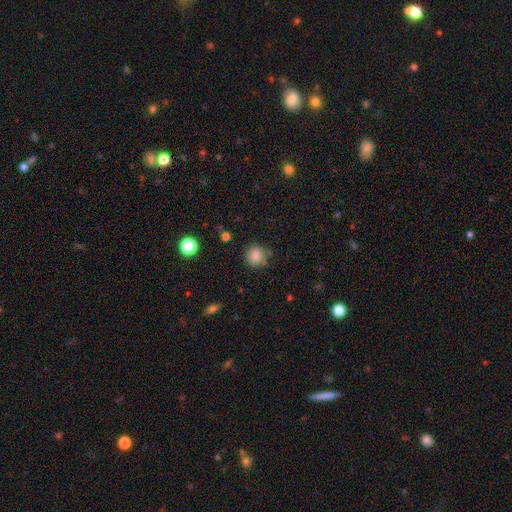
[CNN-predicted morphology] Overall: smooth (83%). How rounded: round (91%). Merging: none (83%).